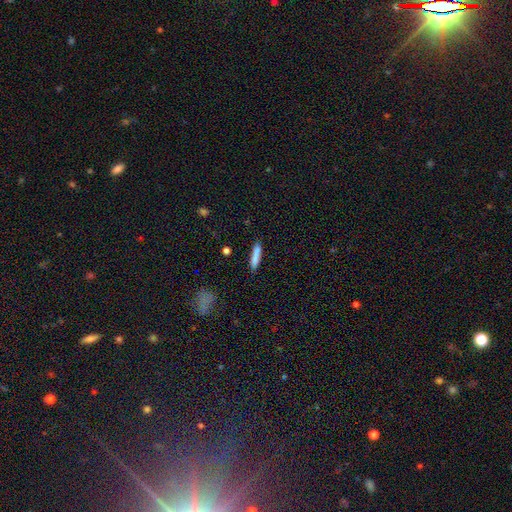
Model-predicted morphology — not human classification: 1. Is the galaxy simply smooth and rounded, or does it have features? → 82% smooth, 10% featured or disk, 7% star or artifact.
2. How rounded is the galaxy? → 89% cigar-shaped, 10% in between, 2% round.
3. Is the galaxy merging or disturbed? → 84% none, 11% minor disturbance, 3% merger, 2% major disturbance.